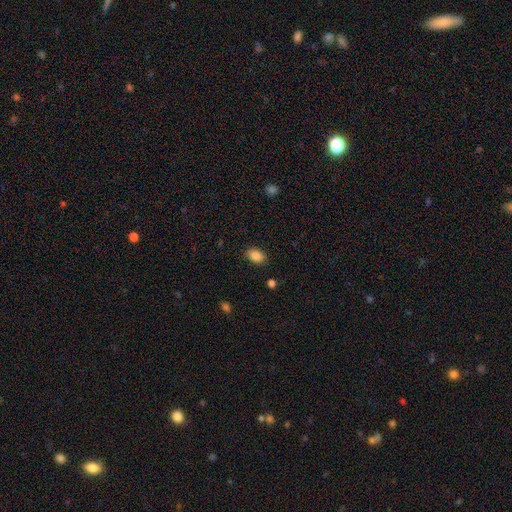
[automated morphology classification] smooth 87%, star or artifact 8%, featured or disk 5%. Down the decision tree: how rounded — in between (86%); merging — none (87%).